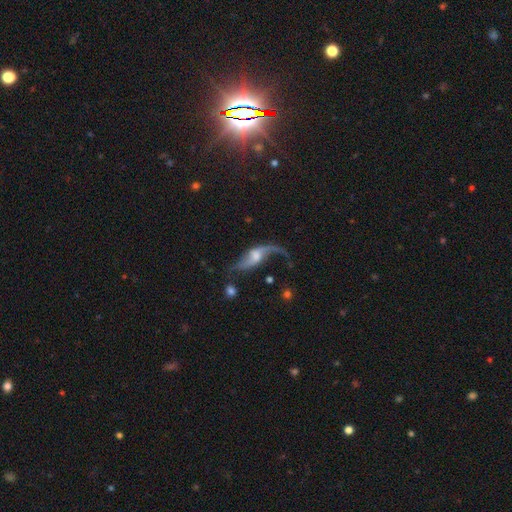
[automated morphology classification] A featured or disk galaxy (80%) with no bar (51%), 2 (78%) loose (91%) spiral arms (91%) and a moderate central bulge (45%). Merging: none (44%).